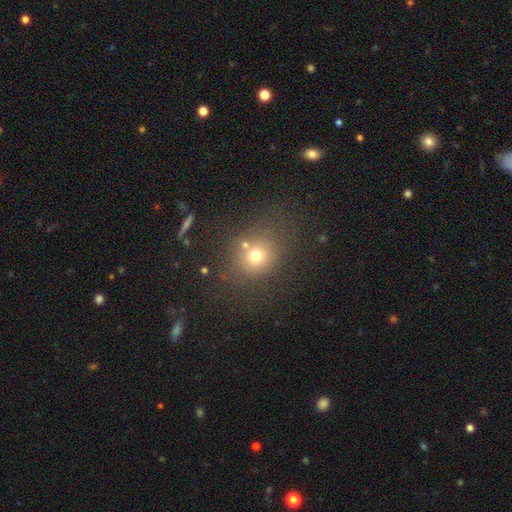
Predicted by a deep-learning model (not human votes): Morphology: type=smooth (69%); roundness=round (71%); merging=none (68%).